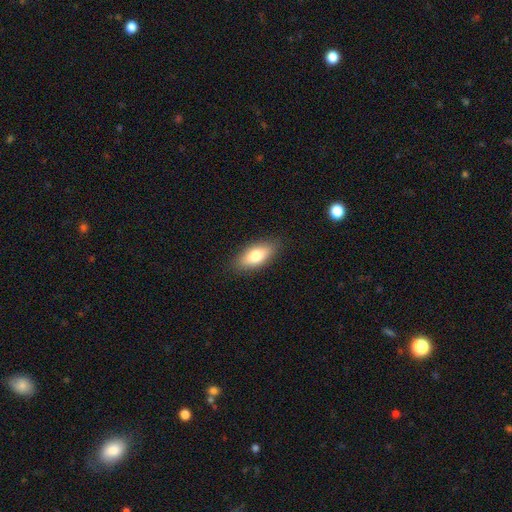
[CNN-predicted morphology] type=smooth (77%); roundness=in between (83%); merging=none (87%).